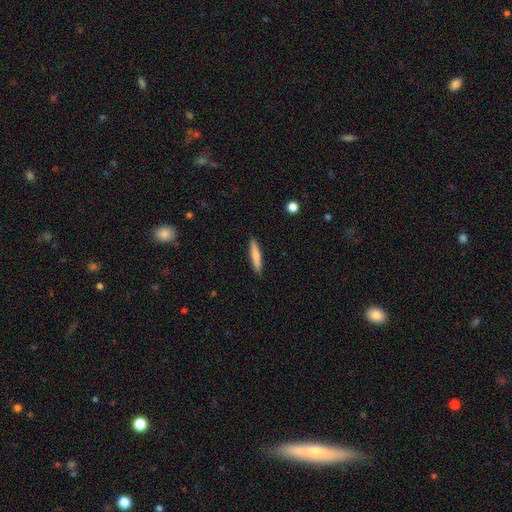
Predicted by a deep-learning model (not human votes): Smooth or featured?
  - smooth: 77% *
  - featured or disk: 18%
  - star or artifact: 6%
How rounded?
  - cigar-shaped: 91% *
  - in between: 8%
  - round: 1%
Merging?
  - none: 91% *
  - minor disturbance: 7%
  - major disturbance: 2%
  - merger: 1%